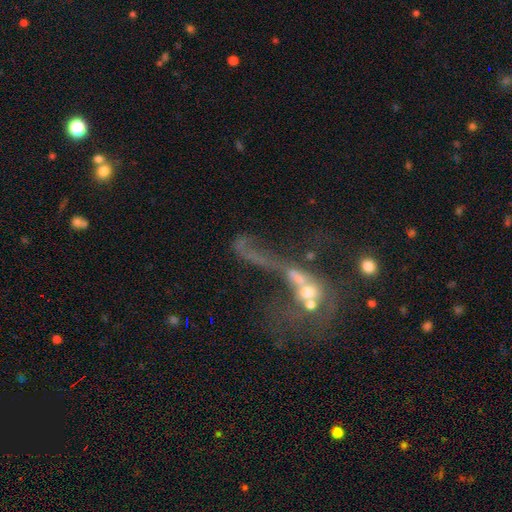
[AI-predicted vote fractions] smooth-or-featured: featured or disk: 50% | smooth: 27% | star or artifact: 23%
  disk-edge-on: no: 86% | yes: 14%
  merging: merger: 53% | major disturbance: 28% | none: 13% | minor disturbance: 6%